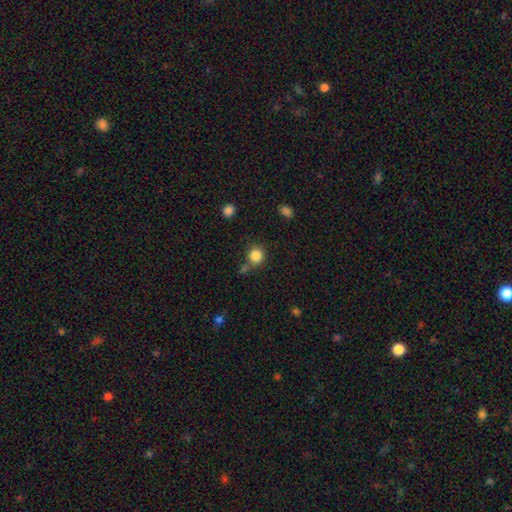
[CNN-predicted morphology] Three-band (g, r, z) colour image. It shows a smooth galaxy with no disk features (85%) that is round (87%). Merging: none (67%).